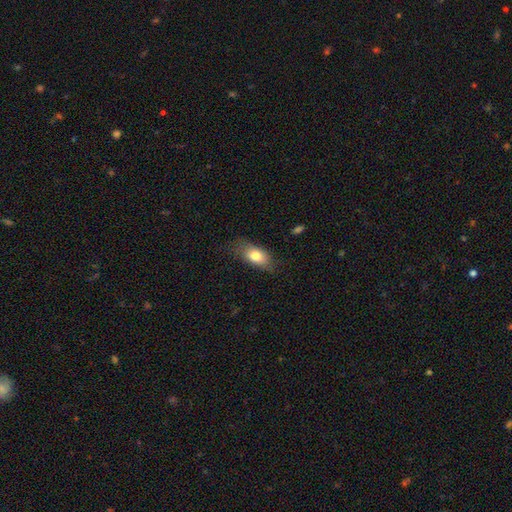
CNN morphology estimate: A smooth galaxy with no disk features (77%) that is in between round and cigar-shaped (86%).

Vote fractions:
- Smooth or featured? smooth: 77% / featured or disk: 16% / star or artifact: 7%
- How rounded? in between: 86% / round: 7% / cigar-shaped: 6%
- Merging? none: 68% / minor disturbance: 23% / major disturbance: 8% / merger: 1%